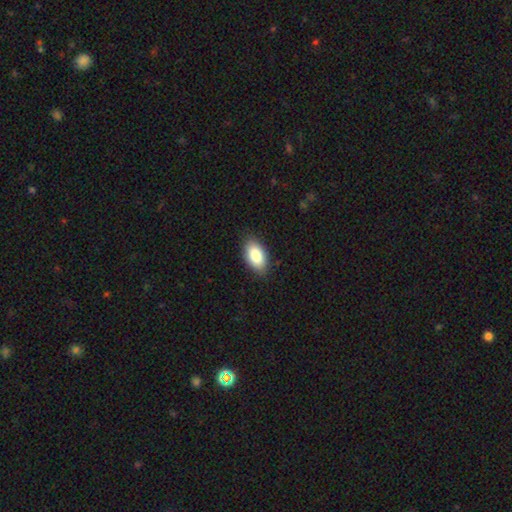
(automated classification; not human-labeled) Q: Smooth or featured?
A: smooth (87%); runner-up: featured or disk (7%)
Q: How rounded?
A: in between (94%); runner-up: round (3%)
Q: Merging?
A: none (86%); runner-up: minor disturbance (10%)